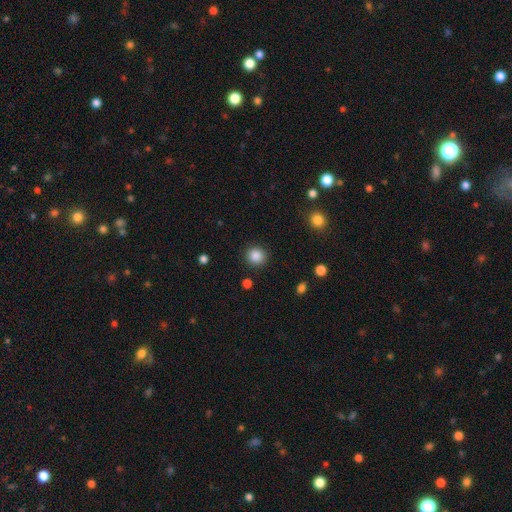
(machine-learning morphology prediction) type=smooth (87%); roundness=round (92%); merging=none (90%).